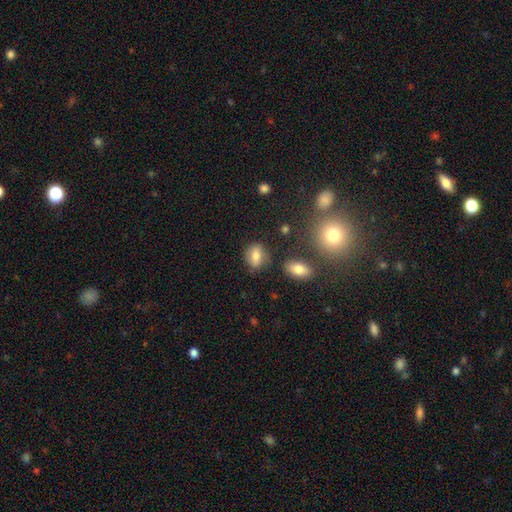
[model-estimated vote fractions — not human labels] Smooth or featured? smooth (76%)
How rounded? in between (67%)
Merging? none (77%)